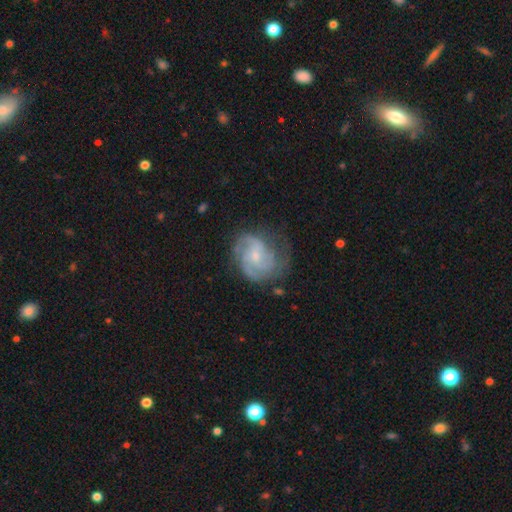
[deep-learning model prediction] smooth-or-featured: featured or disk: 84% | smooth: 11% | star or artifact: 6%
  disk-edge-on: no: 98% | yes: 2%
    bar: no: 64% | weak: 31% | strong: 5%
    has-spiral-arms: yes: 96% | no: 4%
      spiral-winding: medium: 47% | tight: 41% | loose: 12%
      spiral-arm-count: 3: 40% | 2: 25% | can't tell: 16% | 4: 10% | 1: 5% | more than 4: 5%
    bulge-size: small: 69% | moderate: 24% | none: 4% | large: 1% | dominant: 1%
  merging: none: 67% | minor disturbance: 21% | major disturbance: 11% | merger: 2%